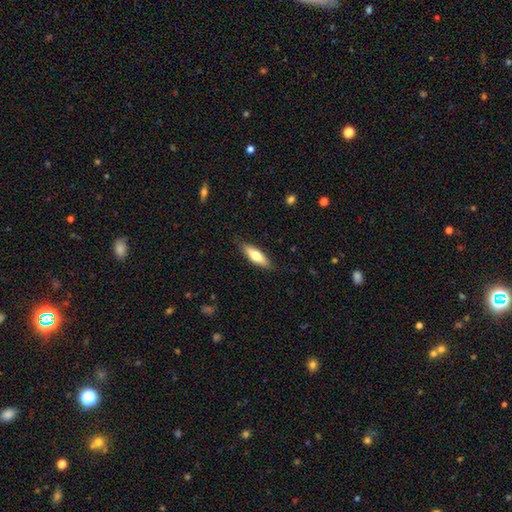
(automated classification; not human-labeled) A smooth galaxy with no disk features (68%) that is cigar-shaped (50%). Merging: none (84%).